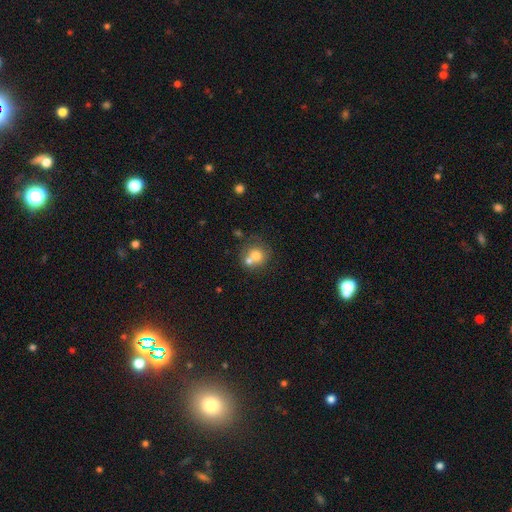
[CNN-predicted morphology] The model was most divided on "merging": merger: 43%, none: 42%, minor disturbance: 10%, major disturbance: 5%. More confident: how rounded — round (82%); smooth or featured — smooth (70%).